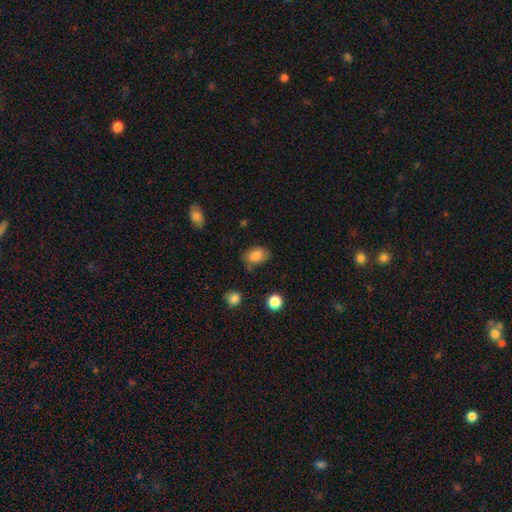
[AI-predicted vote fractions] This appears to be a smooth galaxy with no disk features (82%) that is in between round and cigar-shaped (81%). Merging: none (65%).